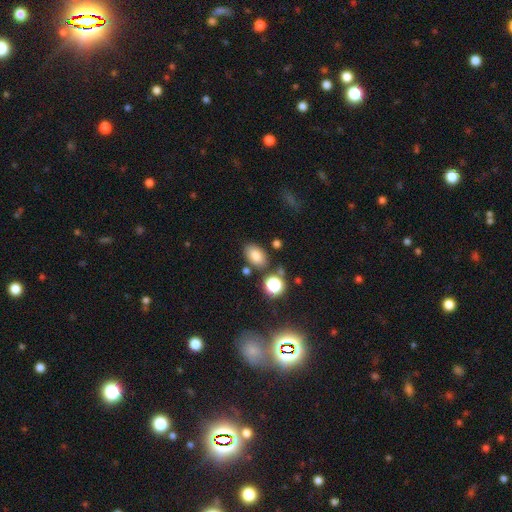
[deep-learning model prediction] This is likely a smooth galaxy (79%). How rounded: clearly in between (85%). Merging: likely none (78%).